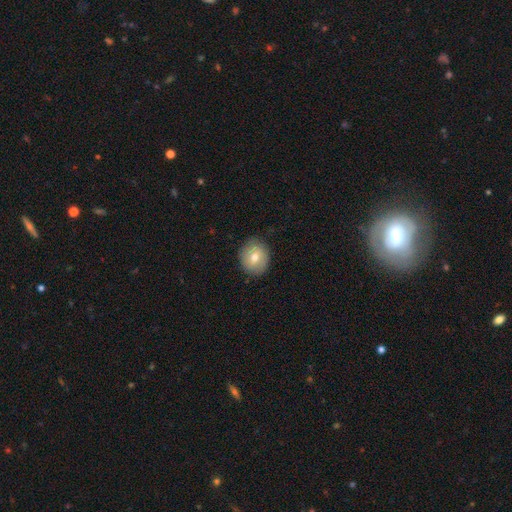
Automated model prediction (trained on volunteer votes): Q: Smooth or featured?
A: smooth (63%); runner-up: featured or disk (26%)
Q: How rounded?
A: round (82%); runner-up: in between (17%)
Q: Merging?
A: none (87%); runner-up: minor disturbance (9%)